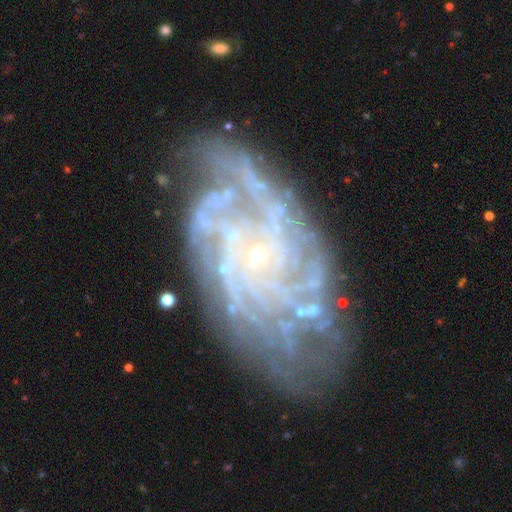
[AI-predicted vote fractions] A featured or disk galaxy (87%) with no bar (75%), tight (64%) spiral arms (95%) and a small central bulge (87%). Merging: none (72%).